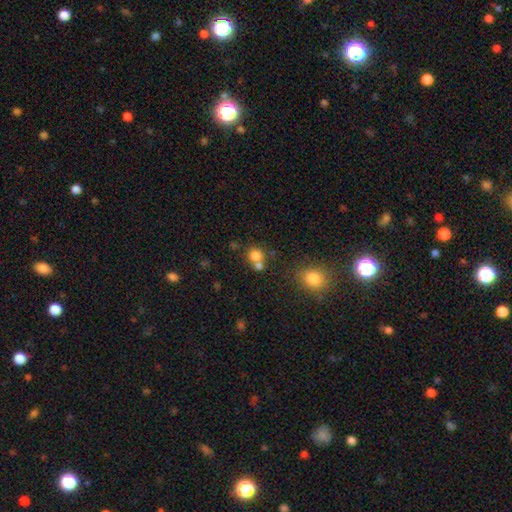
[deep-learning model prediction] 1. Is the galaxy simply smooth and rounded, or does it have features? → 78% smooth, 13% star or artifact, 9% featured or disk.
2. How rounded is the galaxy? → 84% round, 15% in between, 1% cigar-shaped.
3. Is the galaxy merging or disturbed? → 50% none, 38% merger, 8% minor disturbance, 4% major disturbance.